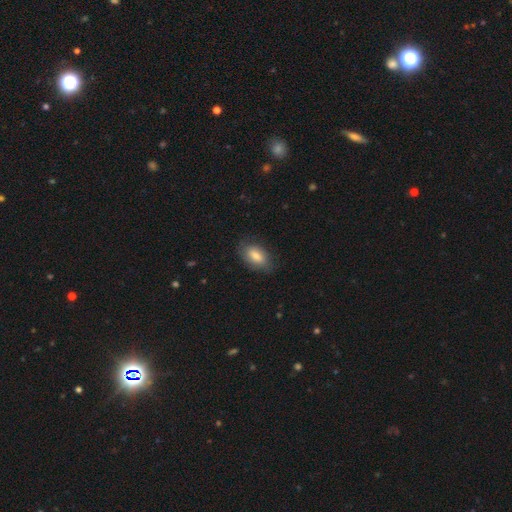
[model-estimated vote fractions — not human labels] This is likely a smooth galaxy (78%). How rounded: clearly in between (91%). Merging: likely none (77%).